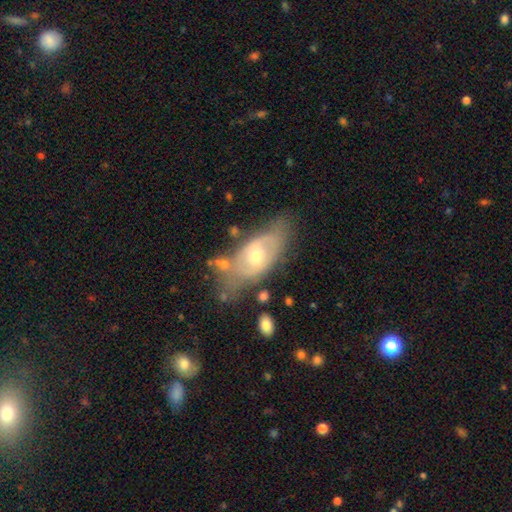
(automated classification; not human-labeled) Overall: featured or disk (64%; smooth 29%). Edge-on disk: no (87%). Bar: no (70%). Spiral arms: yes (54%; no 46%). Bulge size: moderate (57%; small 38%). Merging: none (54%; minor disturbance 26%).